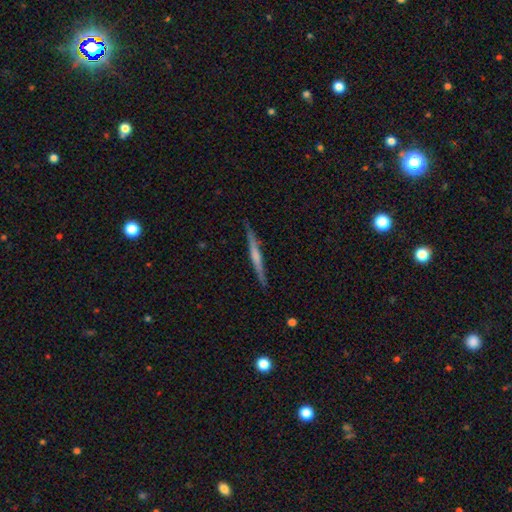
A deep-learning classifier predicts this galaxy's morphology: Overall: featured or disk (61%; smooth 34%). Edge-on disk: yes (98%). Edge-on bulge: none (44%; rounded 40%). Merging: none (89%).